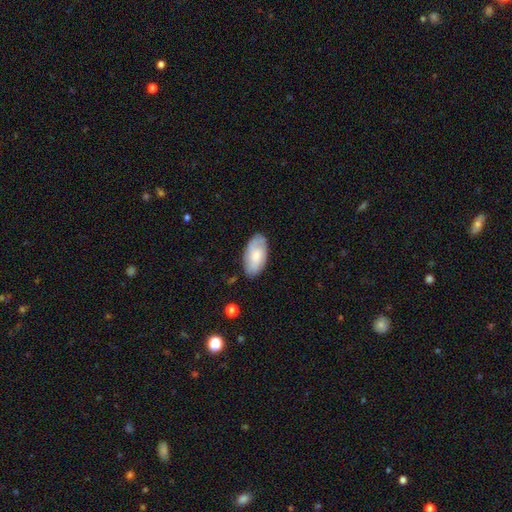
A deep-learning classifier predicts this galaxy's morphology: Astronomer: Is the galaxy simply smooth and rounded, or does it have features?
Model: smooth — 63%.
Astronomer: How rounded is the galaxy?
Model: in between — 94%.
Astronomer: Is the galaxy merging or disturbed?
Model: none — 78%.